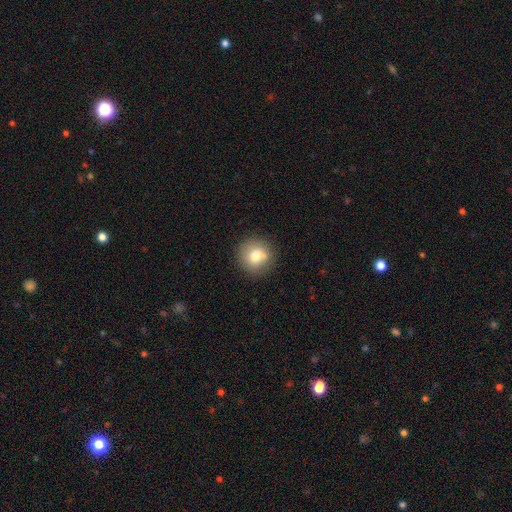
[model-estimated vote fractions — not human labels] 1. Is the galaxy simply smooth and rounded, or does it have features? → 74% smooth, 15% featured or disk, 11% star or artifact.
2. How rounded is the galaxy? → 93% round, 6% in between, 1% cigar-shaped.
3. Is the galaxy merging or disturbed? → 80% none, 10% minor disturbance, 6% merger, 3% major disturbance.